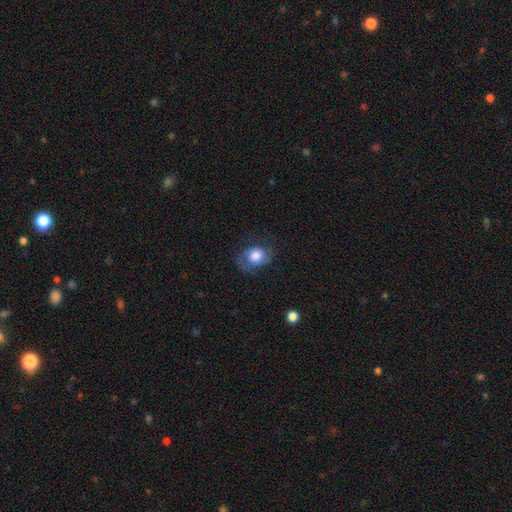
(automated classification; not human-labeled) smooth-or-featured: smooth: 62% | featured or disk: 30% | star or artifact: 8%
  how-rounded: round: 53% | in between: 46% | cigar-shaped: 1%
  merging: none: 57% | minor disturbance: 25% | major disturbance: 17% | merger: 1%